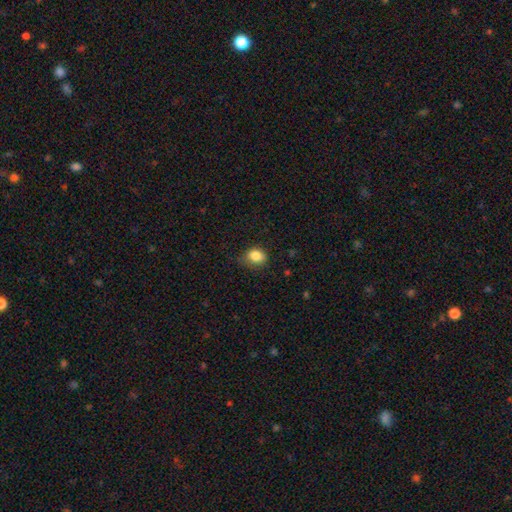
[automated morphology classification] A smooth galaxy with no disk features (85%) that is in between round and cigar-shaped (54%).

Vote fractions:
- Smooth or featured? smooth: 85% / star or artifact: 10% / featured or disk: 5%
- How rounded? in between: 54% / round: 45% / cigar-shaped: 1%
- Merging? none: 64% / minor disturbance: 28% / major disturbance: 7% / merger: 1%